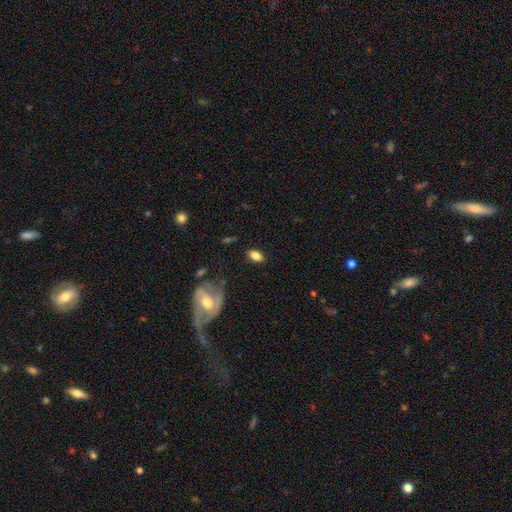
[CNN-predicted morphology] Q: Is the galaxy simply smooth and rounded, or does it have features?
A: smooth — 76%.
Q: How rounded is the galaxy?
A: in between — 89%.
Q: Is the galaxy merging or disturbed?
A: none — 80%.